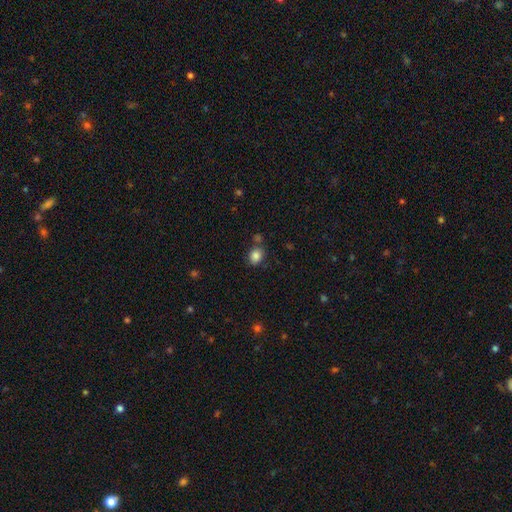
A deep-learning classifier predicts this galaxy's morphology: This is clearly a smooth galaxy (85%). How rounded: possibly round (55%). Merging: likely none (74%).